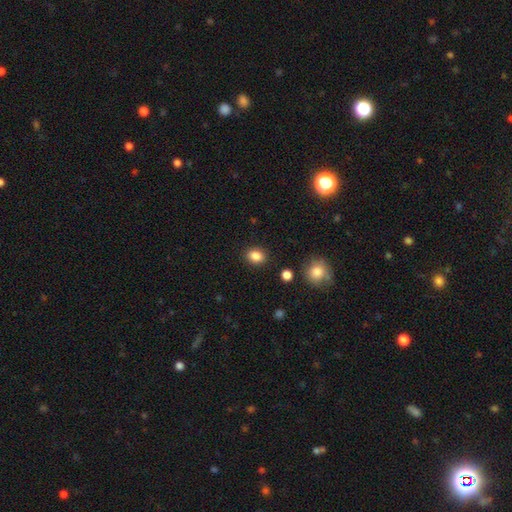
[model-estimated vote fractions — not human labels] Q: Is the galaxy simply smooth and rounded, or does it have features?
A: smooth — 86%.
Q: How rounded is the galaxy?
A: in between — 57%.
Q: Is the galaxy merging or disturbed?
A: none — 88%.